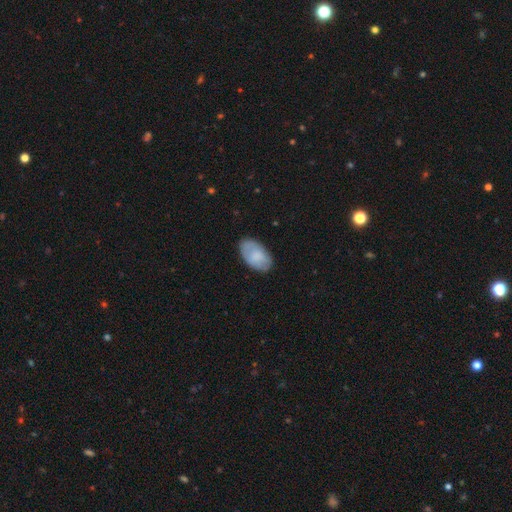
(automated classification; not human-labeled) A smooth galaxy with no disk features (73%) that is in between round and cigar-shaped (94%).

Vote fractions:
- Smooth or featured? smooth: 73% / featured or disk: 21% / star or artifact: 6%
- How rounded? in between: 94% / round: 5% / cigar-shaped: 1%
- Merging? none: 78% / minor disturbance: 17% / major disturbance: 4% / merger: 1%